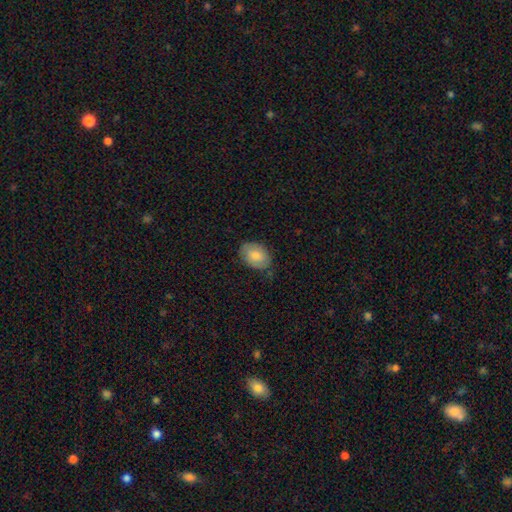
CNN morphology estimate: Overall: smooth (78%). How rounded: in between (84%). Merging: none (75%).